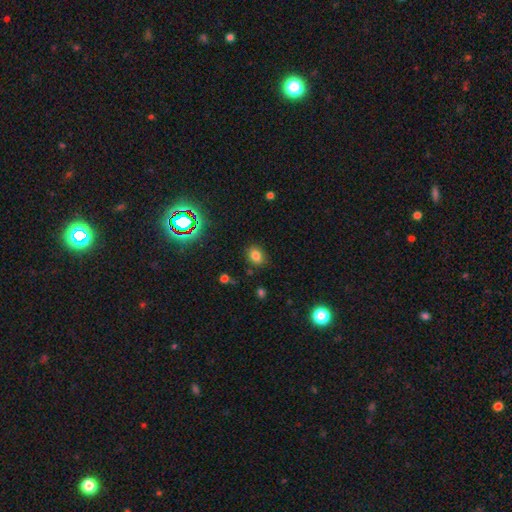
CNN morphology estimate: Smooth or featured?
  - smooth: 77% *
  - star or artifact: 16%
  - featured or disk: 7%
How rounded?
  - in between: 67% *
  - round: 32%
  - cigar-shaped: 1%
Merging?
  - none: 83% *
  - minor disturbance: 12%
  - major disturbance: 3%
  - merger: 2%